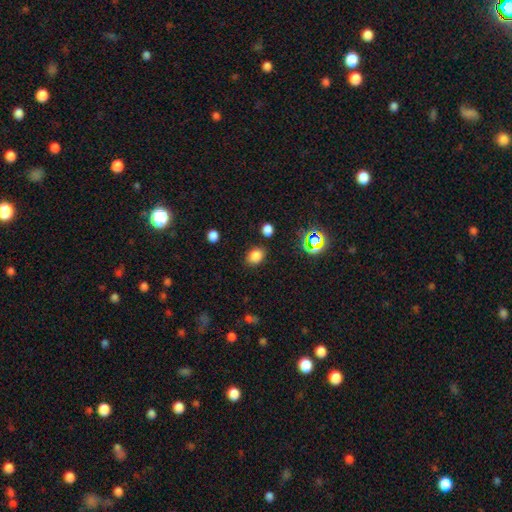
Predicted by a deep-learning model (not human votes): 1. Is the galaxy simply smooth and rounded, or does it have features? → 80% smooth, 15% star or artifact, 5% featured or disk.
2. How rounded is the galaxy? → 59% in between, 40% round, 1% cigar-shaped.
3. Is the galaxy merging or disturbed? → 83% none, 10% minor disturbance, 3% merger, 3% major disturbance.